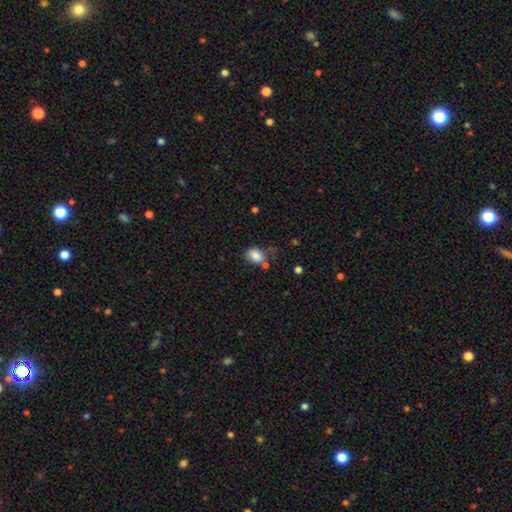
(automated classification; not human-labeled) Overall: smooth (82%). How rounded: in between (62%; round 37%). Merging: none (56%; minor disturbance 23%).